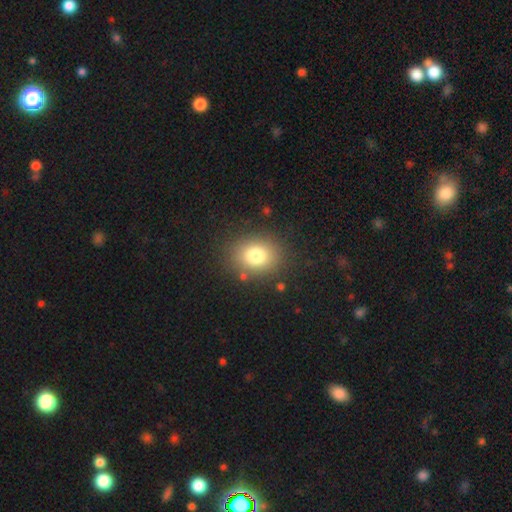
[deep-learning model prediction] Smooth or featured? Predicted: smooth (p=0.78). How rounded? Predicted: round (p=0.54). Merging? Predicted: none (p=0.84).